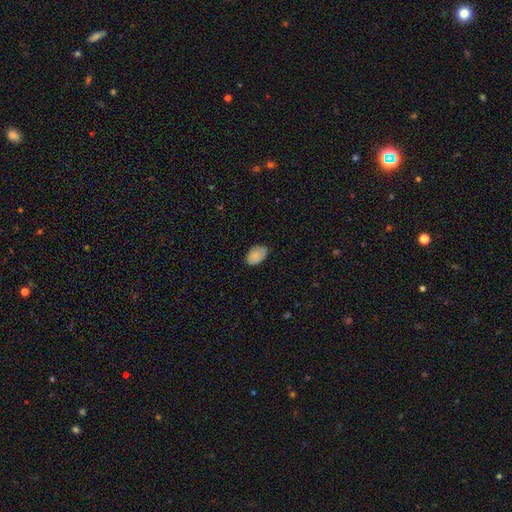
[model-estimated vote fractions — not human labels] smooth 85%, star or artifact 7%, featured or disk 7%. Down the decision tree: how rounded — in between (89%); merging — none (80%).